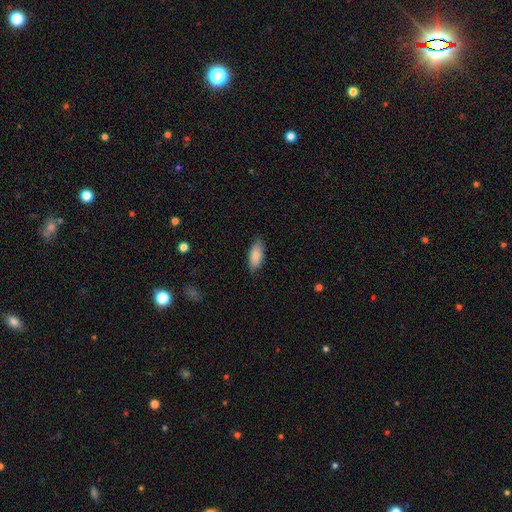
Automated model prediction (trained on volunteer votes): Smooth or featured?
  - smooth: 87% *
  - featured or disk: 7%
  - star or artifact: 6%
How rounded?
  - in between: 83% *
  - cigar-shaped: 15%
  - round: 2%
Merging?
  - none: 85% *
  - minor disturbance: 12%
  - major disturbance: 2%
  - merger: 1%